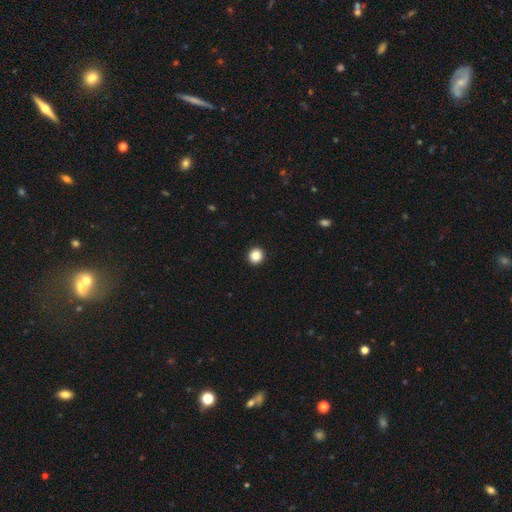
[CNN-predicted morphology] A smooth galaxy with no disk features (86%) that is round (92%).

Vote fractions:
- Smooth or featured? smooth: 86% / star or artifact: 10% / featured or disk: 4%
- How rounded? round: 92% / in between: 7% / cigar-shaped: 1%
- Merging? none: 94% / minor disturbance: 4% / major disturbance: 1% / merger: 1%